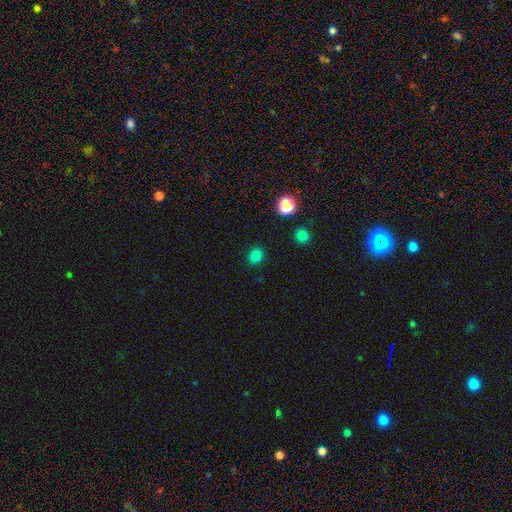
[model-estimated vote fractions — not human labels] Smooth or featured: smooth — 81% (star or artifact — 15%)
How rounded: round — 67% (in between — 32%)
Merging: none — 89% (minor disturbance — 7%)